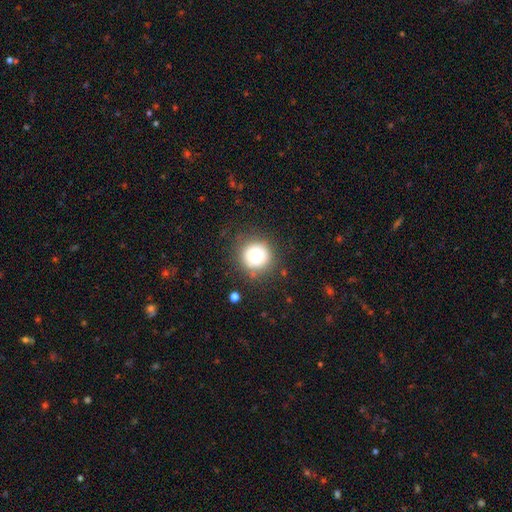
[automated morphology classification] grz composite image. It shows a smooth galaxy with no disk features (78%) that is round (94%). Merging: none (84%).